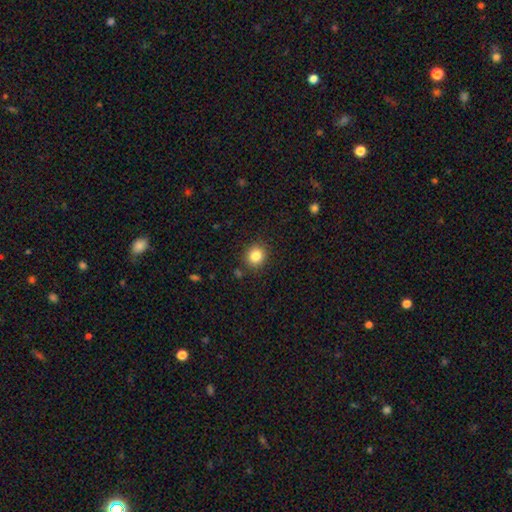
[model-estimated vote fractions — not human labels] Smooth or featured: smooth — 84% (star or artifact — 11%)
How rounded: round — 86% (in between — 13%)
Merging: none — 88% (minor disturbance — 8%)